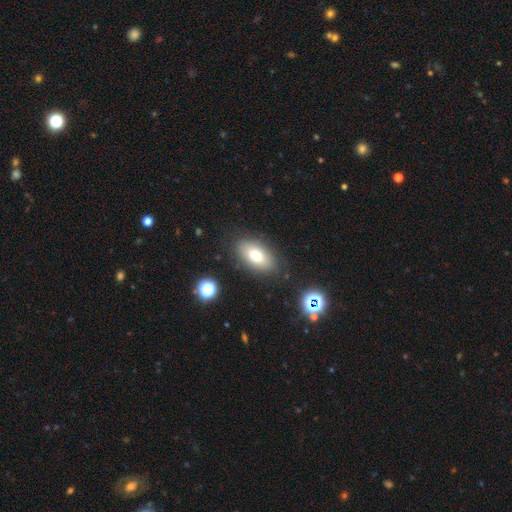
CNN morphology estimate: Smooth or featured? smooth (76%)
How rounded? in between (90%)
Merging? none (83%)